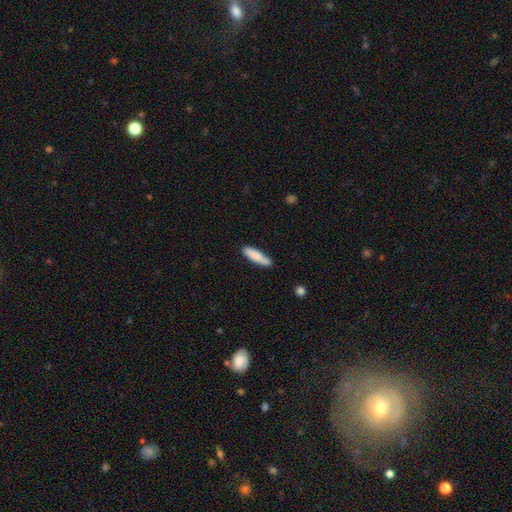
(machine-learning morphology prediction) Overall: smooth (82%). How rounded: cigar-shaped (69%; in between 30%). Merging: none (76%).